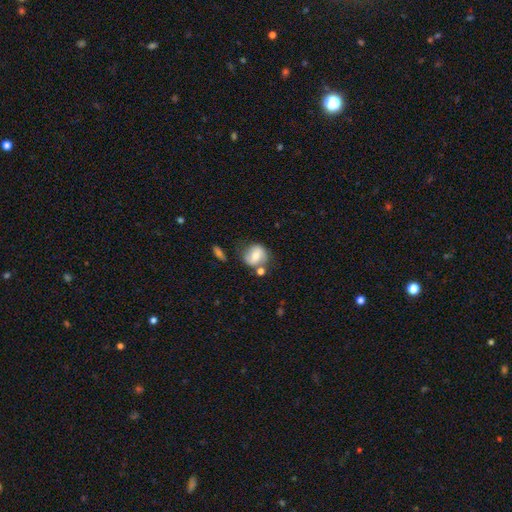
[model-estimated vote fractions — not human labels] A smooth galaxy with no disk features (55%) that is round (69%).

Vote fractions:
- Smooth or featured? smooth: 55% / featured or disk: 36% / star or artifact: 8%
- How rounded? round: 69% / in between: 29% / cigar-shaped: 2%
- Merging? none: 56% / minor disturbance: 21% / merger: 15% / major disturbance: 8%